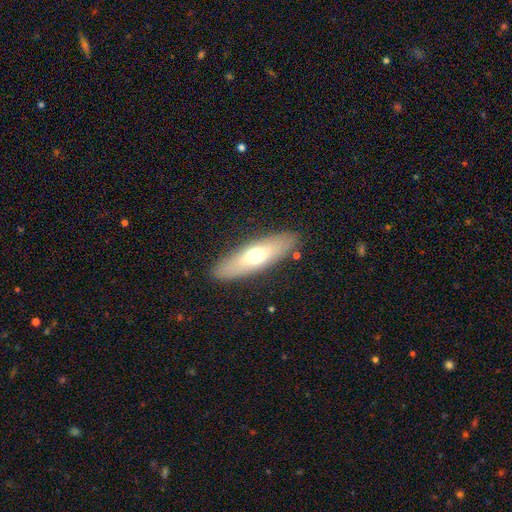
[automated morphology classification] This is possibly a smooth galaxy (59%). How rounded: possibly in between (49%, tied with cigar-shaped). Merging: clearly none (87%).